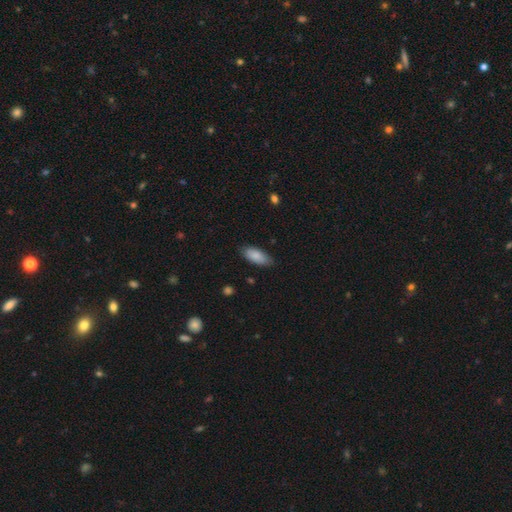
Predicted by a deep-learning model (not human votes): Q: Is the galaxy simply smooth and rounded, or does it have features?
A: smooth — 87%.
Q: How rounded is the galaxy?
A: in between — 86%.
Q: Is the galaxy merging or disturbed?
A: none — 81%.